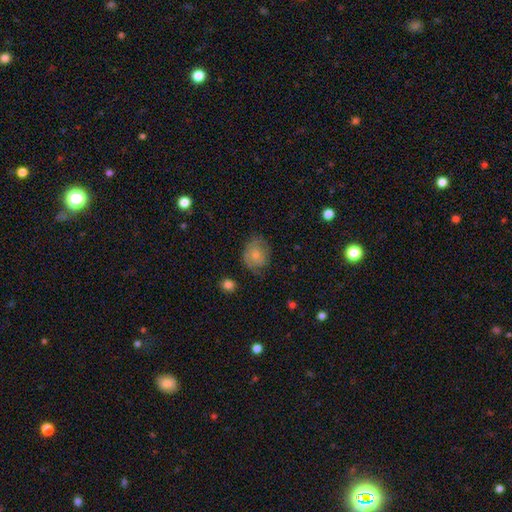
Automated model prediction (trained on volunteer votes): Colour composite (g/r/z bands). It shows a smooth galaxy with no disk features (53%) that is round (57%). Merging: none (59%).